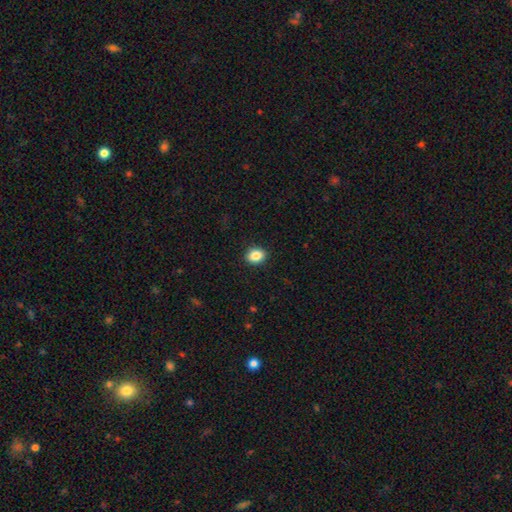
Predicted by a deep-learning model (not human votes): smooth_or_featured: smooth (p=0.86) [alt: star or artifact p=0.09]
how_rounded: in between (p=0.59) [alt: round p=0.40]
merging: none (p=0.91) [alt: minor disturbance p=0.07]